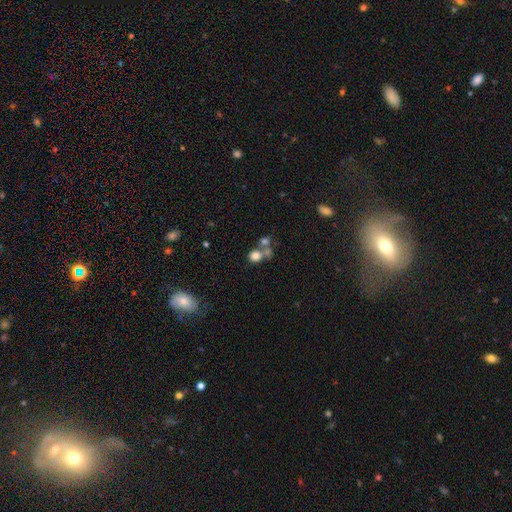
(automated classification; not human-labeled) Morphology: type=smooth (74%); roundness=round (75%); merging=merger (45%).